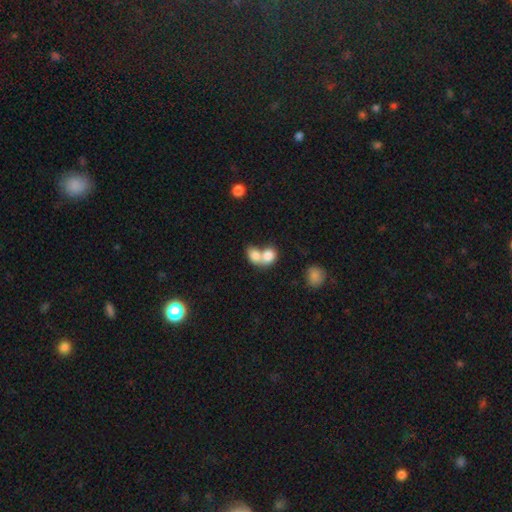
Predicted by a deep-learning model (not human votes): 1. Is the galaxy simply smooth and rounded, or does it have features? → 78% smooth, 13% featured or disk, 8% star or artifact.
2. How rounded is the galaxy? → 59% in between, 40% round, 1% cigar-shaped.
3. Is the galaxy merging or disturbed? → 73% merger, 19% none, 5% minor disturbance, 3% major disturbance.